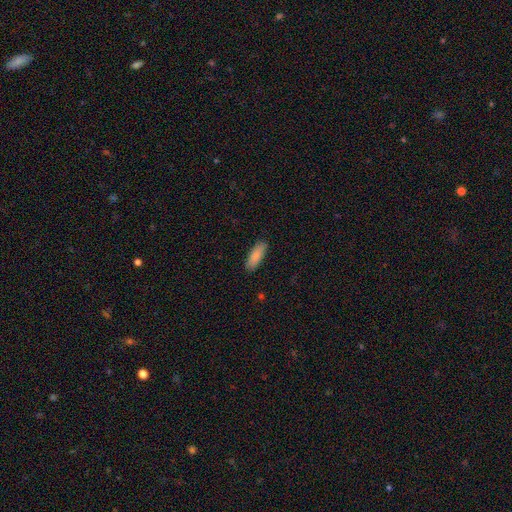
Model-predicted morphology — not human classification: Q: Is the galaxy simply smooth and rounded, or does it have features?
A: smooth — 87%.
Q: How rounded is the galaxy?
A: in between — 62%.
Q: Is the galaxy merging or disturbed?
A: none — 89%.